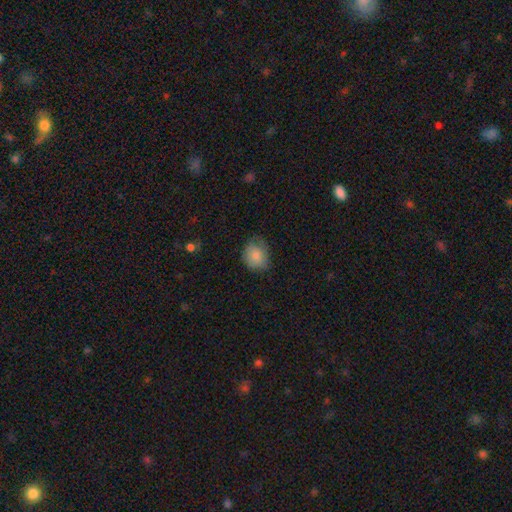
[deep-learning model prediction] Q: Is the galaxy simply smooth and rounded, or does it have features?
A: smooth — 83%.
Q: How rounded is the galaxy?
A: round — 60%.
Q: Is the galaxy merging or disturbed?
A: none — 61%.